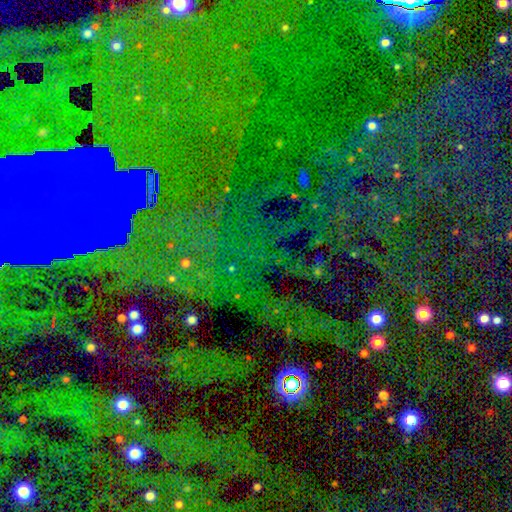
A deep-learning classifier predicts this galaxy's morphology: smooth_or_featured: star or artifact (p=0.74) [alt: featured or disk p=0.14]